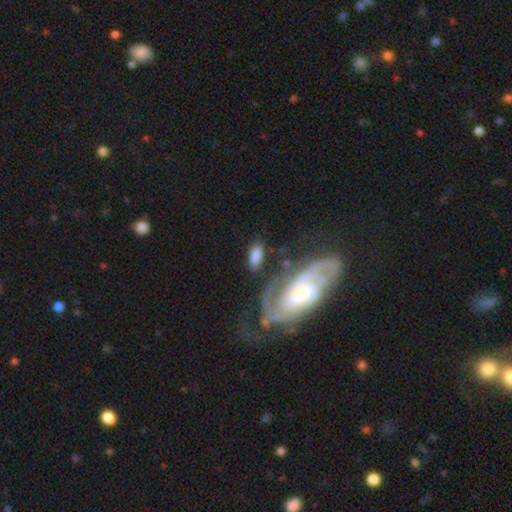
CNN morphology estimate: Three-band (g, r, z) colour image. It shows a smooth galaxy with no disk features (74%) that is in between round and cigar-shaped (87%). Merging: none (68%).